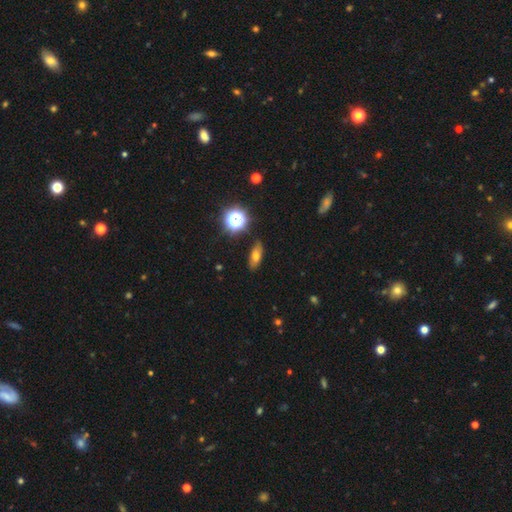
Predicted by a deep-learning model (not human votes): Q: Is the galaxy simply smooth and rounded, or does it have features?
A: smooth — 63%.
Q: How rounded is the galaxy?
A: in between — 68%.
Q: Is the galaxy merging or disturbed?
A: none — 81%.